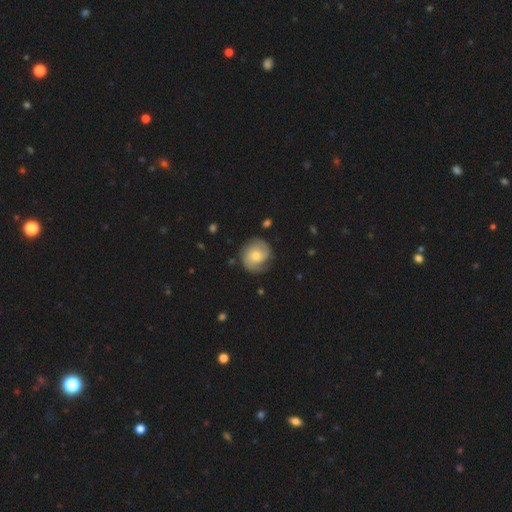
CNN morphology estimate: Smooth or featured: featured or disk — 62% (smooth — 31%)
Edge-on disk: no — 98% (yes — 2%)
Bar: no — 71% (weak — 26%)
Spiral arms: yes — 90% (no — 10%)
Spiral winding: tight — 44% (medium — 39%)
Spiral arm count: 2 — 60% (can't tell — 18%)
Bulge size: moderate — 53% (small — 41%)
Merging: none — 75% (minor disturbance — 18%)